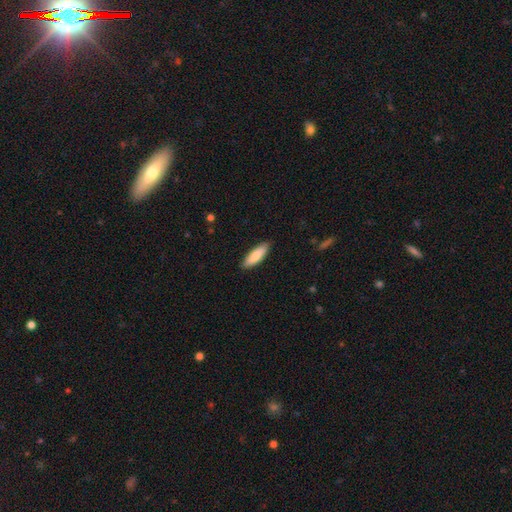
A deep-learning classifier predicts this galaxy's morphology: smooth-or-featured: smooth: 84% | featured or disk: 11% | star or artifact: 5%
  how-rounded: cigar-shaped: 51% | in between: 48% | round: 1%
  merging: none: 89% | minor disturbance: 9% | major disturbance: 2% | merger: 1%